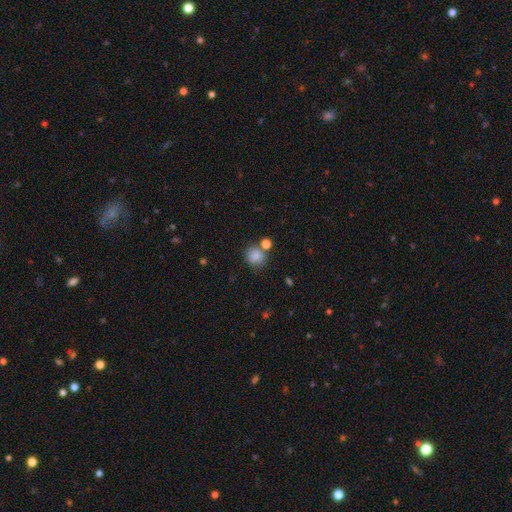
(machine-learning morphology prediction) smooth 84%, star or artifact 10%, featured or disk 6%. Down the decision tree: how rounded — round (82%); merging — none (68%).